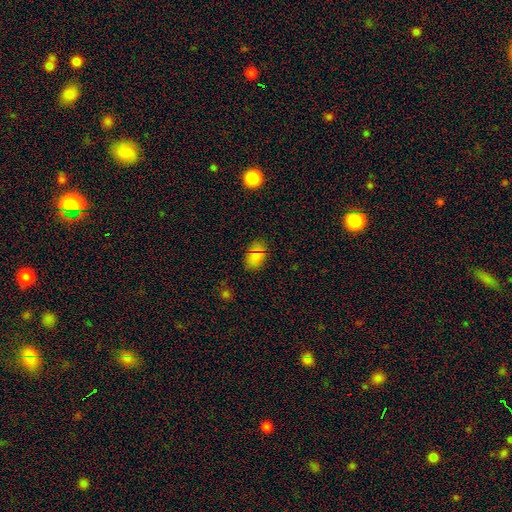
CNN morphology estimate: Overall: smooth (78%). How rounded: in between (89%). Merging: none (86%).